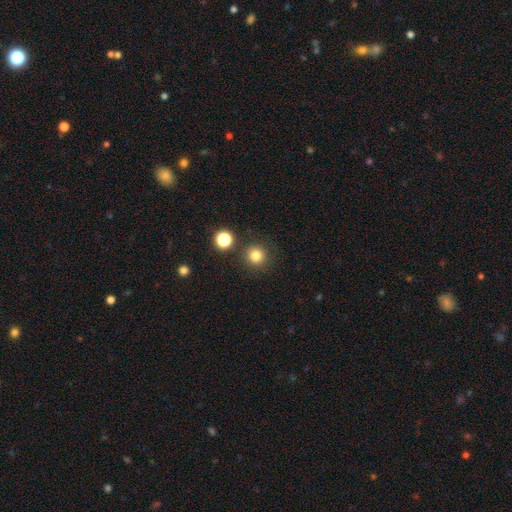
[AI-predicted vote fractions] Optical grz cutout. It shows a smooth galaxy with no disk features (80%) that is round (95%). Merging: none (86%).